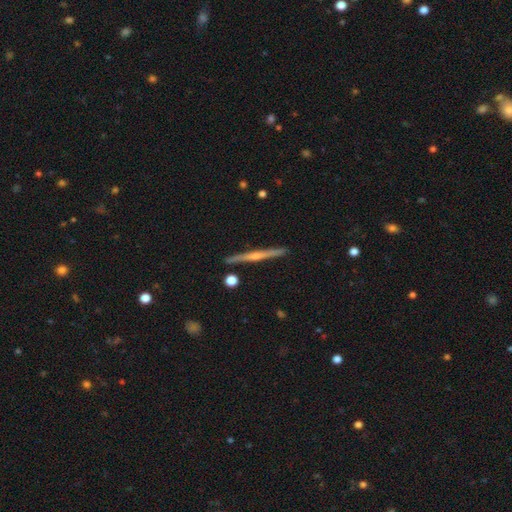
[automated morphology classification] Q: Smooth or featured?
A: featured or disk (76%); runner-up: smooth (18%)
Q: Edge-on disk?
A: yes (98%); runner-up: no (2%)
Q: Edge-on bulge?
A: rounded (72%); runner-up: none (21%)
Q: Merging?
A: none (92%); runner-up: minor disturbance (6%)